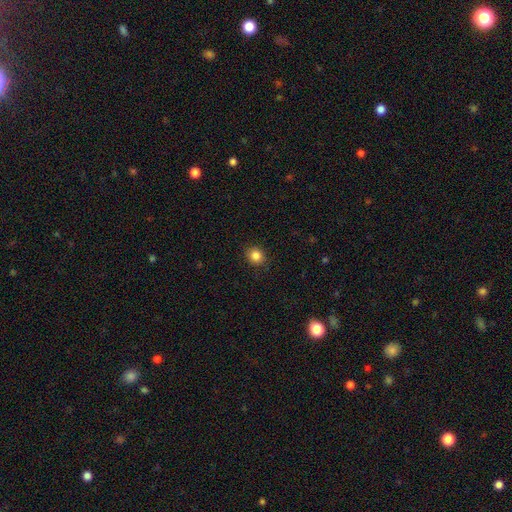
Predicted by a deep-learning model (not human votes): Smooth or featured: smooth — 85% (star or artifact — 11%)
How rounded: round — 80% (in between — 19%)
Merging: none — 89% (minor disturbance — 7%)